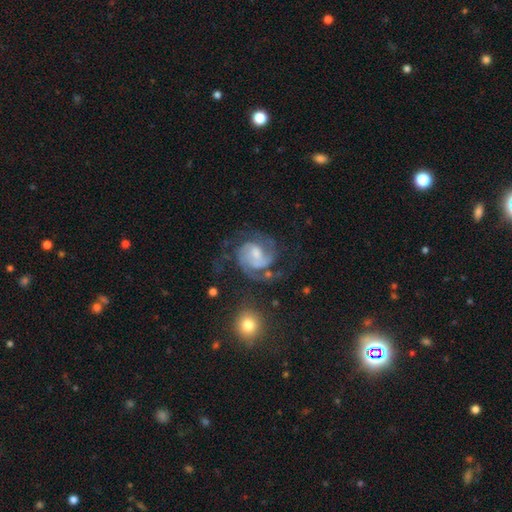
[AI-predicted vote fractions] Q: Smooth or featured?
A: featured or disk (84%); runner-up: smooth (10%)
Q: Edge-on disk?
A: no (98%); runner-up: yes (2%)
Q: Bar?
A: weak (49%); runner-up: no (39%)
Q: Spiral arms?
A: yes (96%); runner-up: no (4%)
Q: Spiral winding?
A: medium (45%); runner-up: tight (44%)
Q: Spiral arm count?
A: 2 (61%); runner-up: 3 (15%)
Q: Bulge size?
A: moderate (40%); runner-up: small (38%)
Q: Merging?
A: none (57%); runner-up: major disturbance (20%)